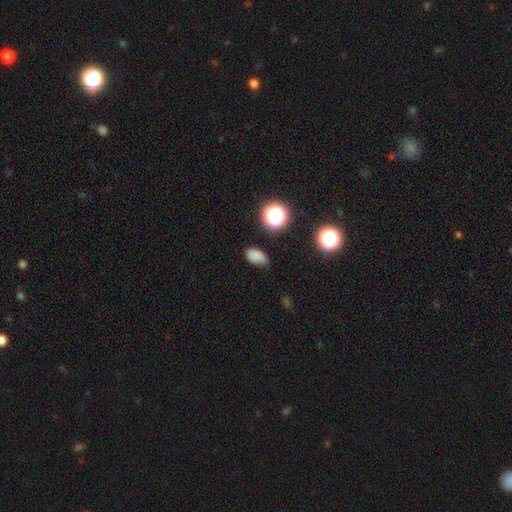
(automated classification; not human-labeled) Morphology: type=smooth (77%); roundness=in between (87%); merging=none (71%).